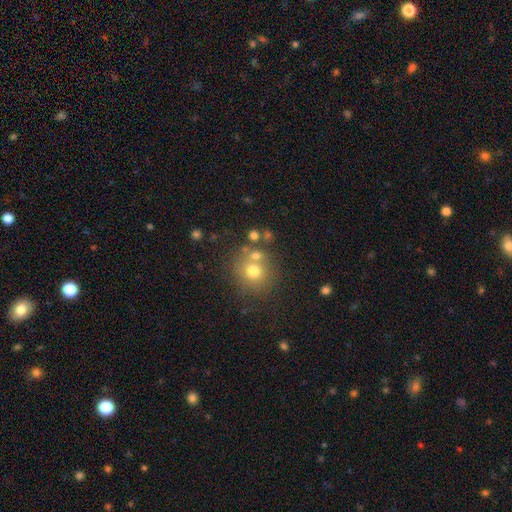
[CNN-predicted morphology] A smooth galaxy with no disk features (69%) that is round (87%). Merging: none (63%).